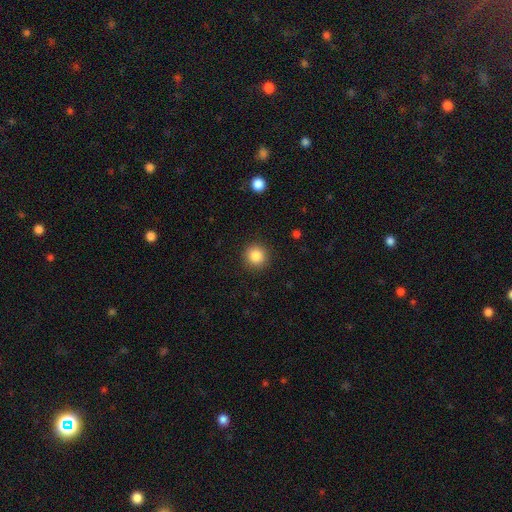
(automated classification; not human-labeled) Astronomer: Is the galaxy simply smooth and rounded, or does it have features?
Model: smooth — 86%.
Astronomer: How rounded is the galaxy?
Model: round — 94%.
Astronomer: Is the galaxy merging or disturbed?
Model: none — 91%.